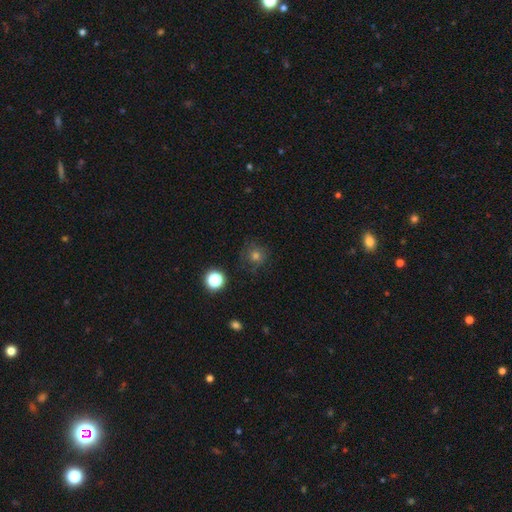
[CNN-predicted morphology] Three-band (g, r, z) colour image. It shows a smooth galaxy with no disk features (63%) that is round (92%). Merging: none (80%).